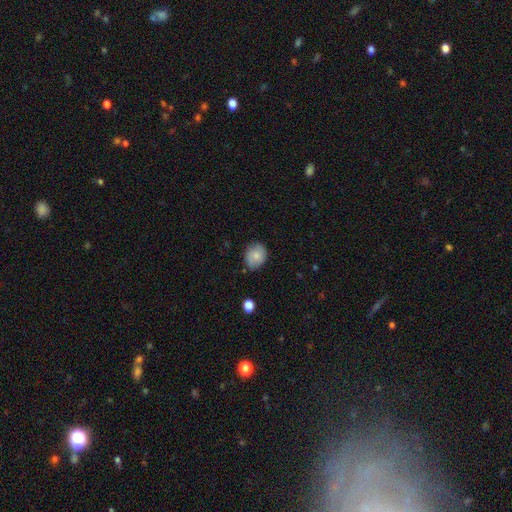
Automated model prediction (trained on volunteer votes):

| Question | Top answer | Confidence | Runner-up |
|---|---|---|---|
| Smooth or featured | smooth | 78% | featured or disk (14%) |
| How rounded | in between | 51% | round (48%) |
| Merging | none | 77% | minor disturbance (18%) |